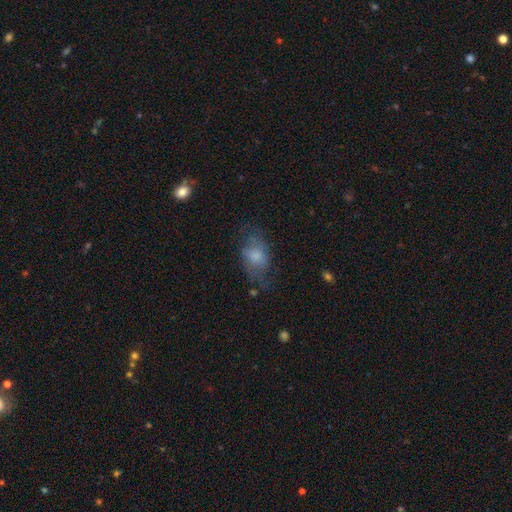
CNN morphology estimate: A smooth galaxy with no disk features (57%) that is in between round and cigar-shaped (85%). Merging: none (53%).